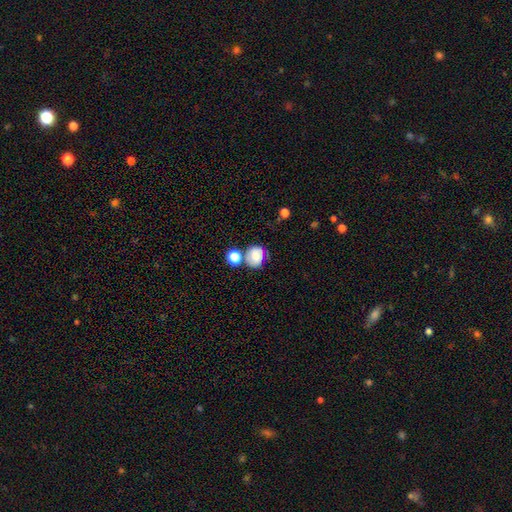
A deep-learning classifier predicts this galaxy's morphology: The model was most divided on "merging": none: 53%, merger: 24%, minor disturbance: 16%, major disturbance: 7%. More confident: how rounded — round (73%); smooth or featured — smooth (69%).